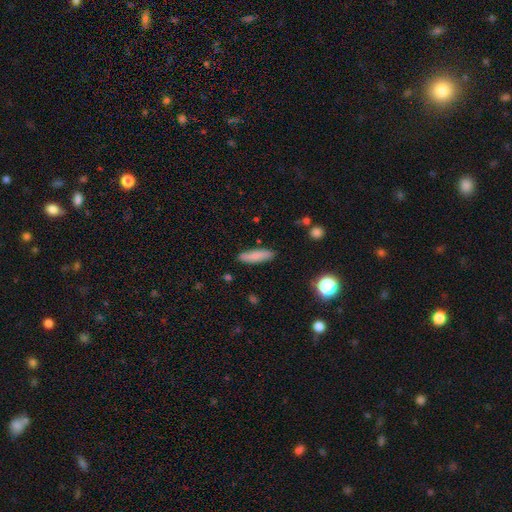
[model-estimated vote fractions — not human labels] Smooth or featured: smooth — 80% (featured or disk — 13%)
How rounded: cigar-shaped — 68% (in between — 30%)
Merging: none — 87% (minor disturbance — 10%)